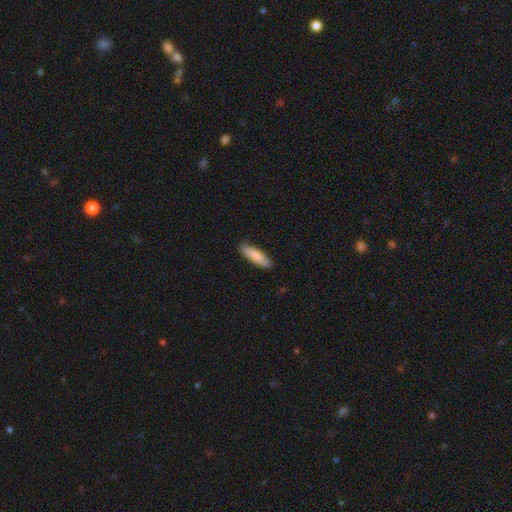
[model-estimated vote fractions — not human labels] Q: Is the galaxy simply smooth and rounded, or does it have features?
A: smooth — 83%.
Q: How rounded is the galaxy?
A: cigar-shaped — 72%.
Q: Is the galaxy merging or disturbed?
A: none — 89%.